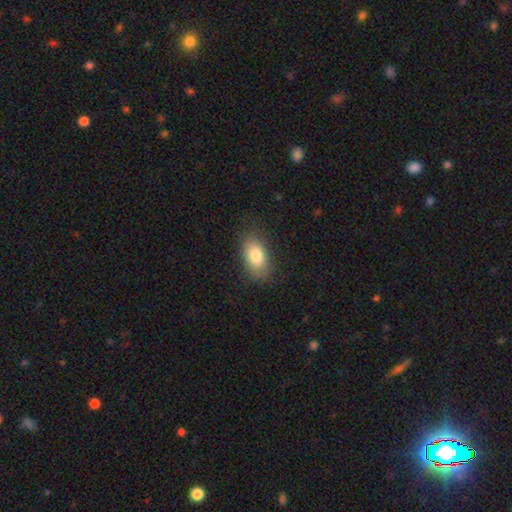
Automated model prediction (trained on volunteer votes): This is clearly a smooth galaxy (81%). How rounded: clearly in between (90%). Merging: clearly none (82%).